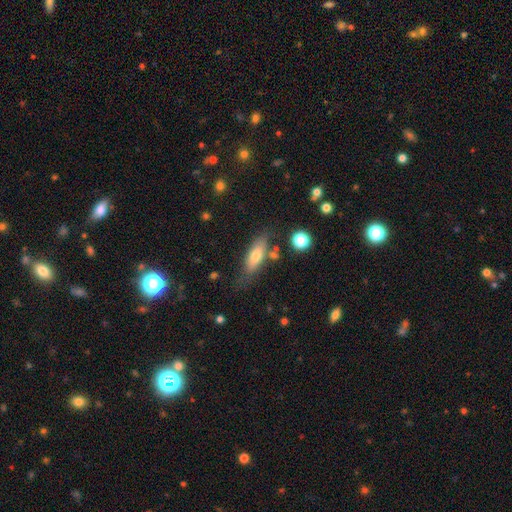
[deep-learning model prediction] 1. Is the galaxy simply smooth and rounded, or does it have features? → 67% smooth, 26% featured or disk, 8% star or artifact.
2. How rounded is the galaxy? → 61% in between, 36% cigar-shaped, 3% round.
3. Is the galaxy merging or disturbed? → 69% none, 18% minor disturbance, 7% merger, 5% major disturbance.